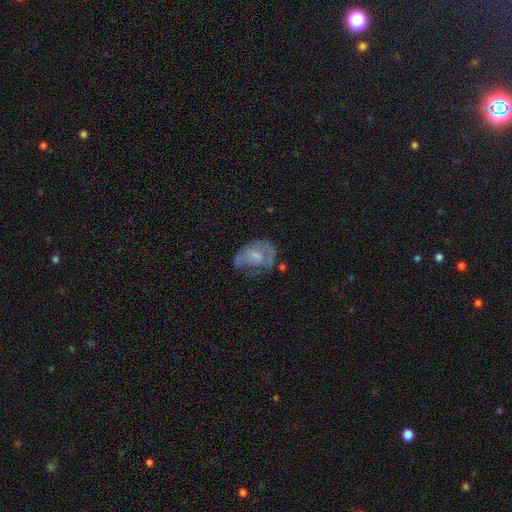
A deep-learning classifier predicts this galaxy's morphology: The model was most divided on "merging": none: 36%, major disturbance: 30%, minor disturbance: 29%, merger: 5%. More confident: edge-on disk — no (96%); smooth or featured — featured or disk (51%).